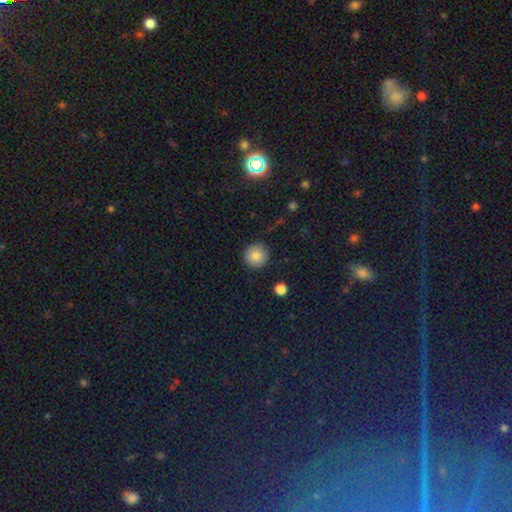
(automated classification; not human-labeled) Q: Smooth or featured?
A: smooth (84%); runner-up: star or artifact (10%)
Q: How rounded?
A: round (95%); runner-up: in between (4%)
Q: Merging?
A: none (91%); runner-up: minor disturbance (6%)